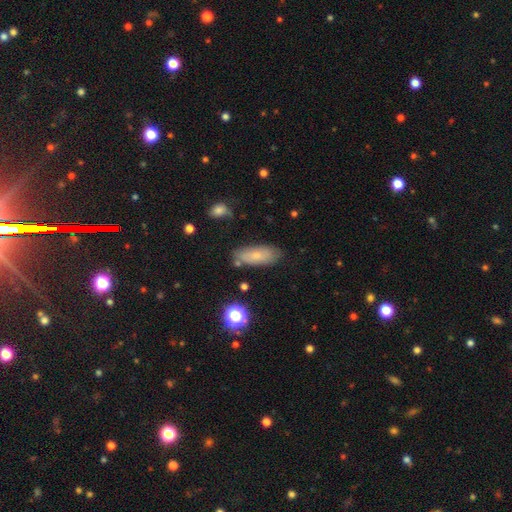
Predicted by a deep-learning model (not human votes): Overall: smooth (64%; featured or disk 26%). How rounded: in between (77%). Merging: none (74%).